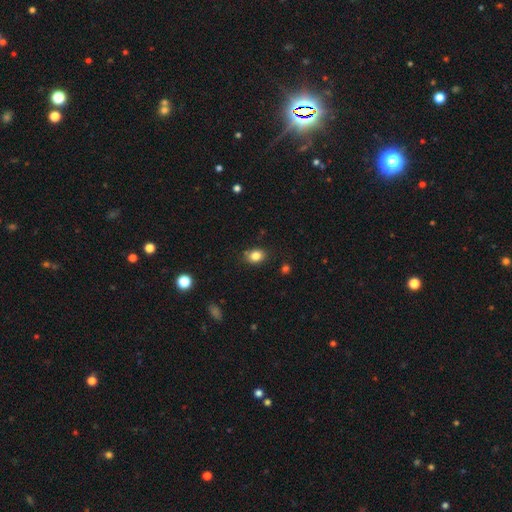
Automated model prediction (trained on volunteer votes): Overall: smooth (83%). How rounded: in between (59%; round 40%). Merging: none (82%).